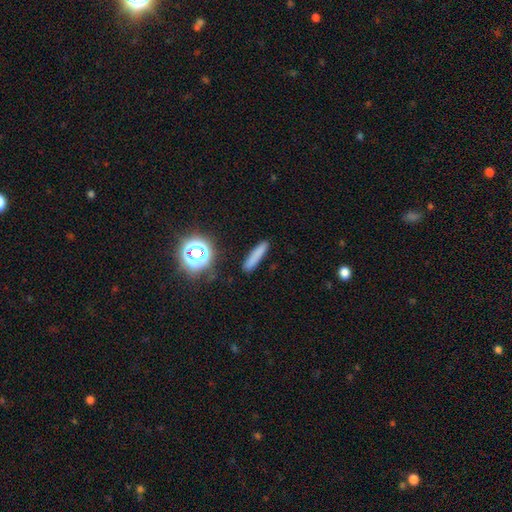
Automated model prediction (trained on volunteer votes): This is likely a smooth galaxy (77%). How rounded: clearly cigar-shaped (88%). Merging: clearly none (87%).